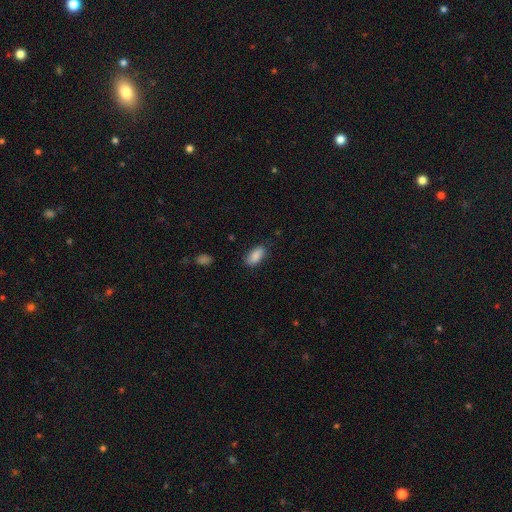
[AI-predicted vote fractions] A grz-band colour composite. It shows a smooth galaxy with no disk features (88%) that is in between round and cigar-shaped (91%). Merging: none (78%).